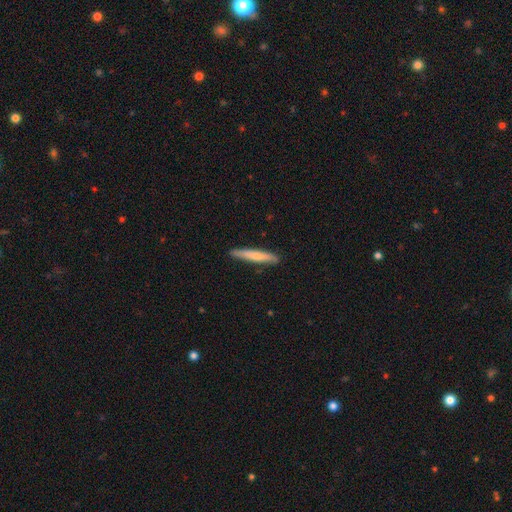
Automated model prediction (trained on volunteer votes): Smooth or featured?
  - smooth: 66% *
  - featured or disk: 29%
  - star or artifact: 5%
How rounded?
  - cigar-shaped: 93% *
  - in between: 6%
  - round: 1%
Merging?
  - none: 87% *
  - minor disturbance: 10%
  - major disturbance: 2%
  - merger: 1%